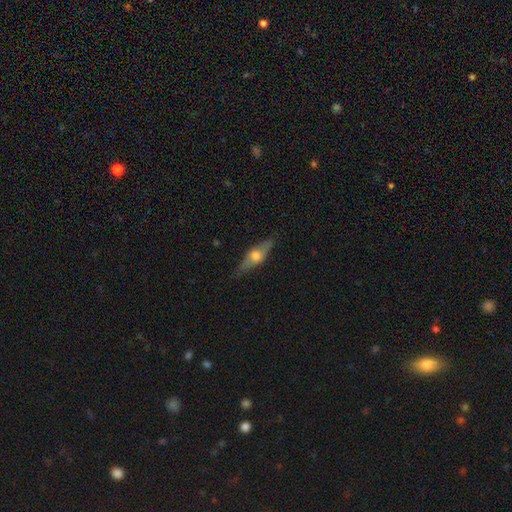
featured or disk 78%, smooth 22%, star or artifact 0%. Down the decision tree: edge-on disk — yes (90%); edge-on bulge — rounded (100%); merging — none (85%).